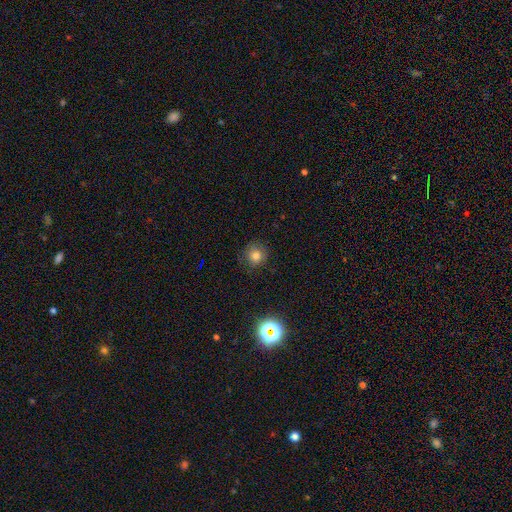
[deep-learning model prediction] Morphology: type=smooth (76%); roundness=round (91%); merging=none (83%).